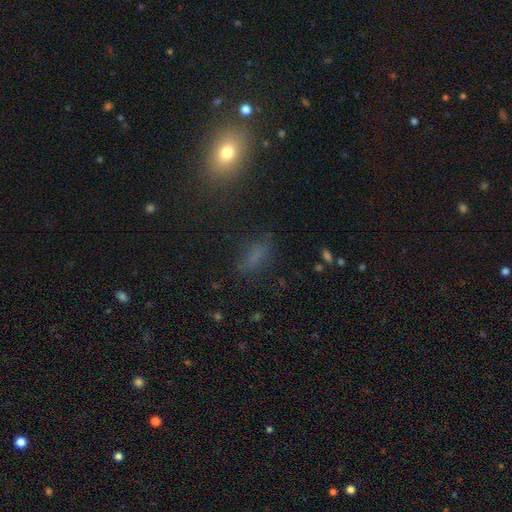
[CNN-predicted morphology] Smooth or featured?
  - smooth: 64% *
  - star or artifact: 23%
  - featured or disk: 13%
How rounded?
  - in between: 67% *
  - cigar-shaped: 25%
  - round: 8%
Merging?
  - none: 69% *
  - minor disturbance: 18%
  - major disturbance: 10%
  - merger: 3%